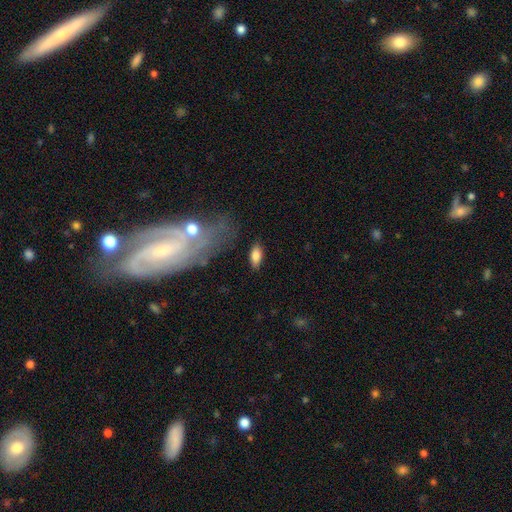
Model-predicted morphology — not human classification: smooth-or-featured: smooth: 81% | featured or disk: 11% | star or artifact: 8%
  how-rounded: in between: 86% | cigar-shaped: 10% | round: 3%
  merging: none: 84% | minor disturbance: 10% | major disturbance: 4% | merger: 2%